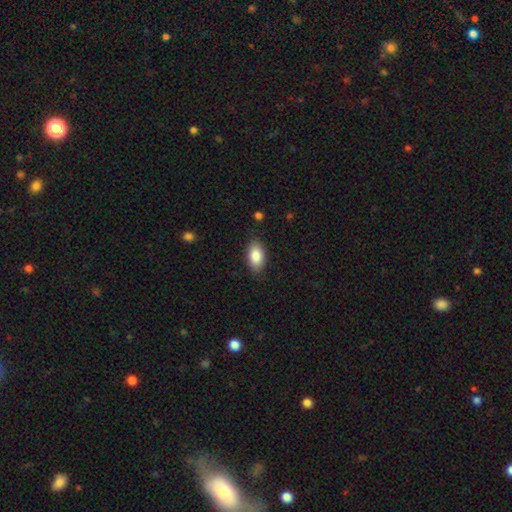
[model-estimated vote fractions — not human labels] Smooth or featured? Predicted: smooth (p=0.87). How rounded? Predicted: in between (p=0.93). Merging? Predicted: none (p=0.84).